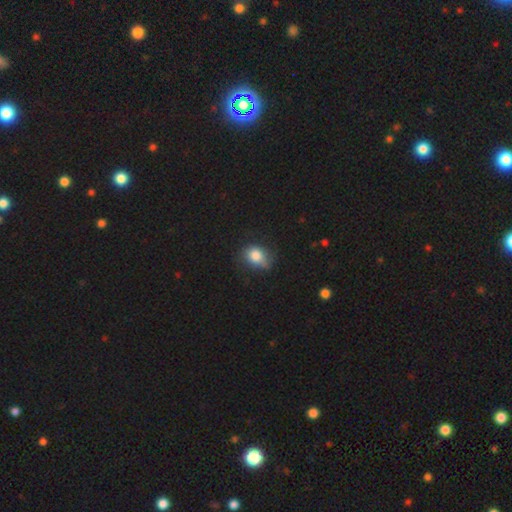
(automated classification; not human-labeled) Smooth or featured: smooth — 80% (featured or disk — 10%)
How rounded: in between — 54% (round — 45%)
Merging: none — 55% (minor disturbance — 33%)